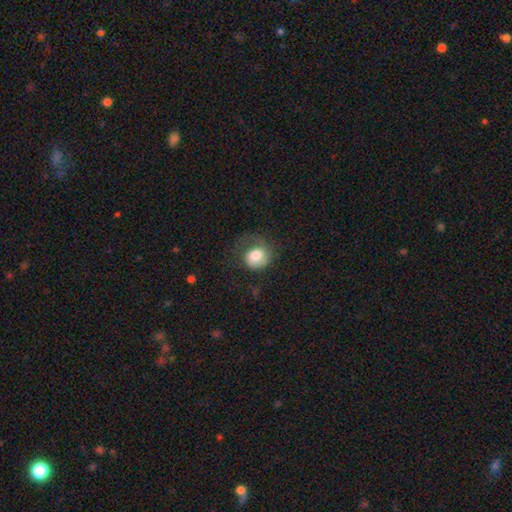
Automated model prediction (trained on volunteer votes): Smooth or featured: smooth — 68% (featured or disk — 24%)
How rounded: round — 65% (in between — 34%)
Merging: none — 44% (major disturbance — 31%)